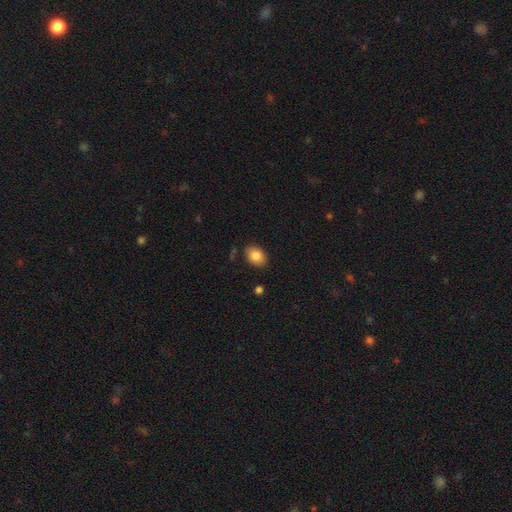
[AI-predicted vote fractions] Morphology: type=smooth (84%); roundness=in between (76%); merging=none (86%).